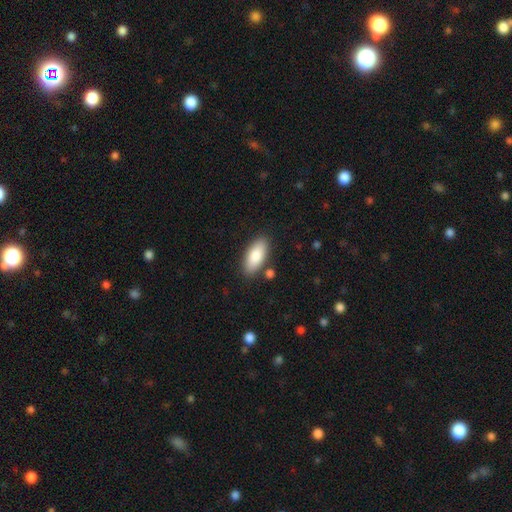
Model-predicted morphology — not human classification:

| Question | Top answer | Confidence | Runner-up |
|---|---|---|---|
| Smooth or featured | smooth | 83% | featured or disk (11%) |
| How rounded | in between | 85% | cigar-shaped (13%) |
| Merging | none | 82% | minor disturbance (10%) |